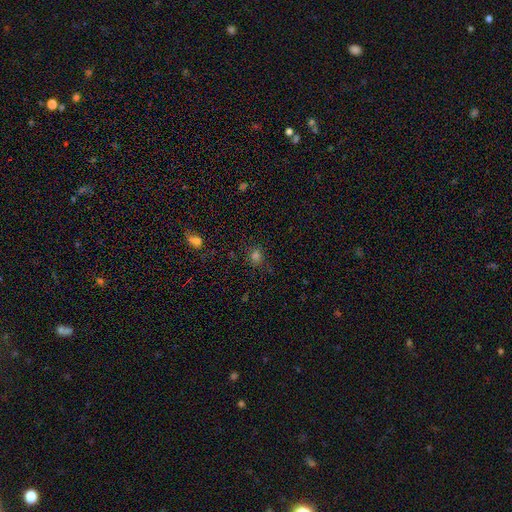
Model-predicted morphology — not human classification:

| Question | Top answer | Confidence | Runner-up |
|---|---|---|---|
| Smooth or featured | smooth | 71% | star or artifact (23%) |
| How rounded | round | 66% | in between (33%) |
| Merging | none | 79% | minor disturbance (13%) |